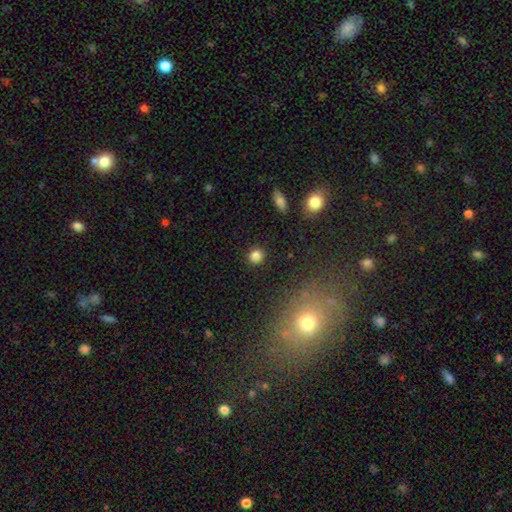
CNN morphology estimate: Smooth or featured? smooth (83%)
How rounded? round (90%)
Merging? none (91%)